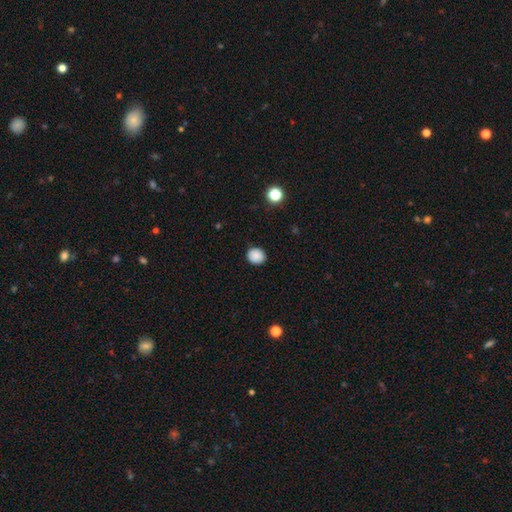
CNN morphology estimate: Smooth or featured?
  - smooth: 88% *
  - star or artifact: 9%
  - featured or disk: 3%
How rounded?
  - round: 82% *
  - in between: 17%
  - cigar-shaped: 1%
Merging?
  - none: 90% *
  - minor disturbance: 7%
  - major disturbance: 2%
  - merger: 1%